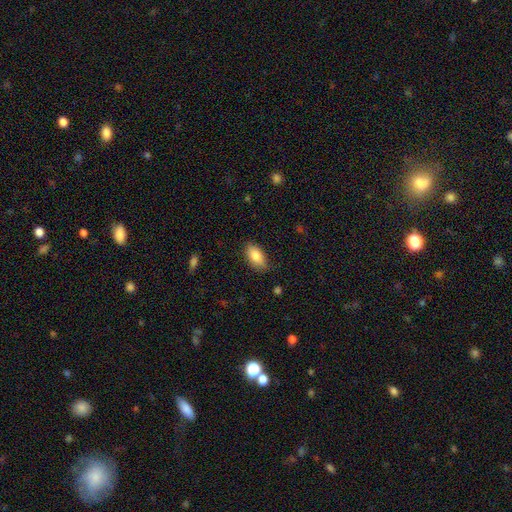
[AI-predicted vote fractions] Smooth or featured: smooth — 83% (featured or disk — 10%)
How rounded: in between — 91% (cigar-shaped — 5%)
Merging: none — 81% (minor disturbance — 15%)